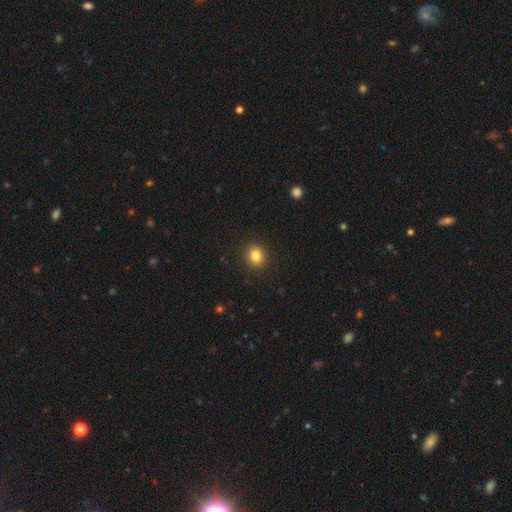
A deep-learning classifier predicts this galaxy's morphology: This appears to be a smooth galaxy with no disk features (84%) that is round (70%). Merging: none (90%).